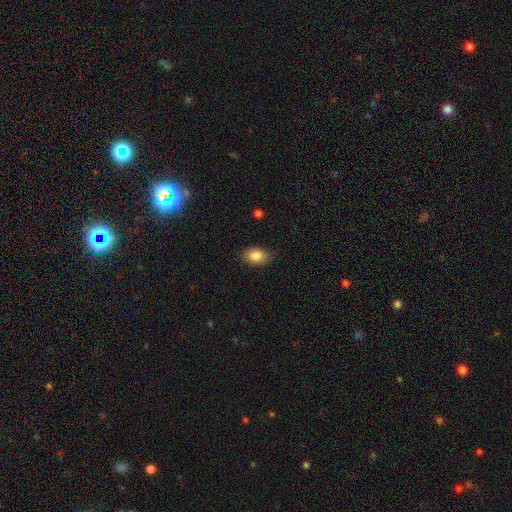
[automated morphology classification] Q: Smooth or featured?
A: smooth (86%); runner-up: star or artifact (8%)
Q: How rounded?
A: in between (86%); runner-up: round (12%)
Q: Merging?
A: none (83%); runner-up: minor disturbance (14%)